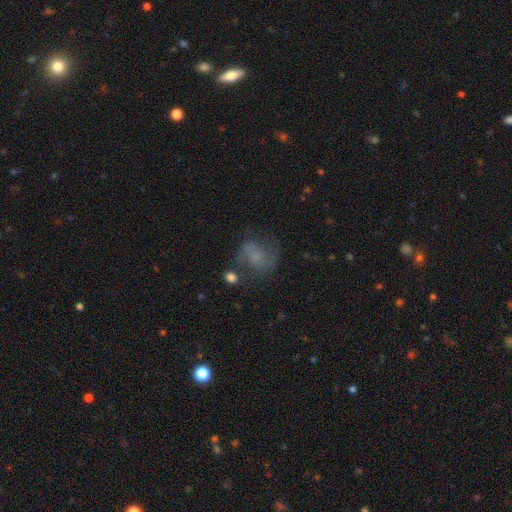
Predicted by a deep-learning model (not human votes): Smooth or featured?
  - smooth: 43% *
  - featured or disk: 39%
  - star or artifact: 18%
Merging?
  - none: 50% *
  - minor disturbance: 22%
  - major disturbance: 21%
  - merger: 7%